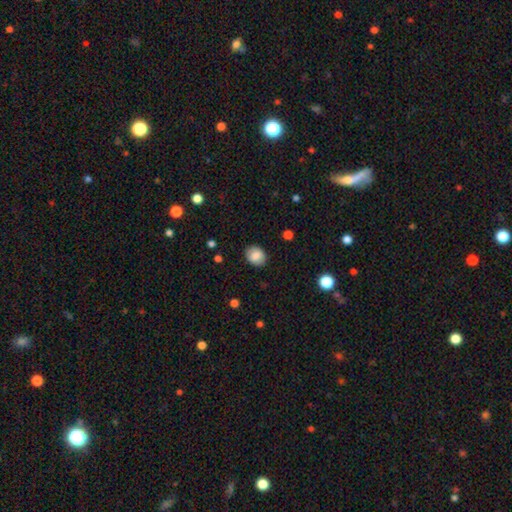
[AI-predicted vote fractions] Smooth or featured? smooth (86%)
How rounded? round (50%)
Merging? none (87%)